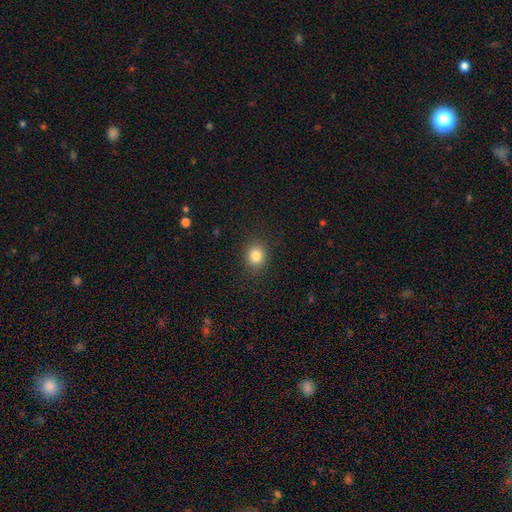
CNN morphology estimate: A smooth galaxy with no disk features (83%) that is round (74%). Merging: none (88%).